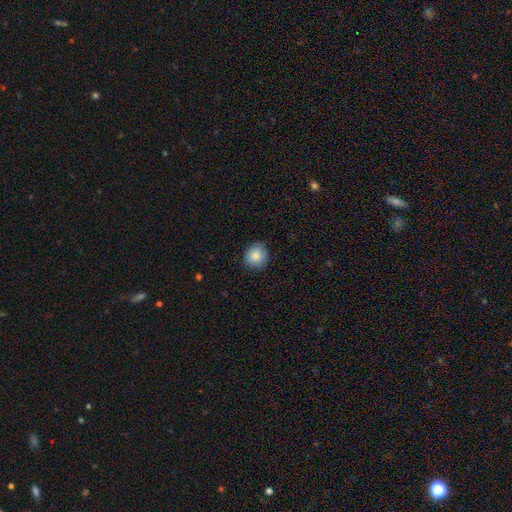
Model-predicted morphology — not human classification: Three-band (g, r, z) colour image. It shows a smooth galaxy with no disk features (84%) that is round (88%). Merging: none (82%).